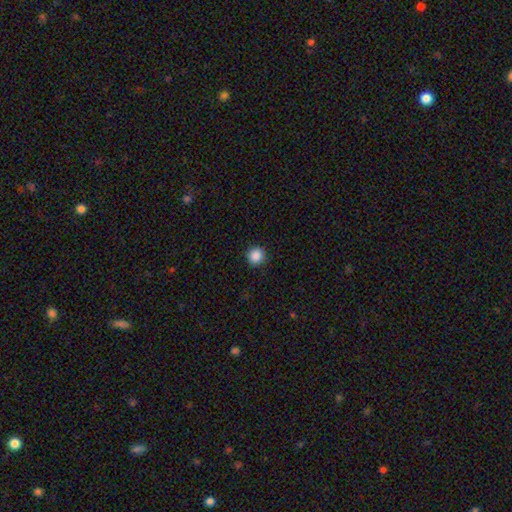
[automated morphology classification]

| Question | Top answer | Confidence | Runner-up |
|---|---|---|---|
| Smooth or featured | smooth | 87% | star or artifact (10%) |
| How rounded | round | 94% | in between (5%) |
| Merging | none | 92% | minor disturbance (5%) |